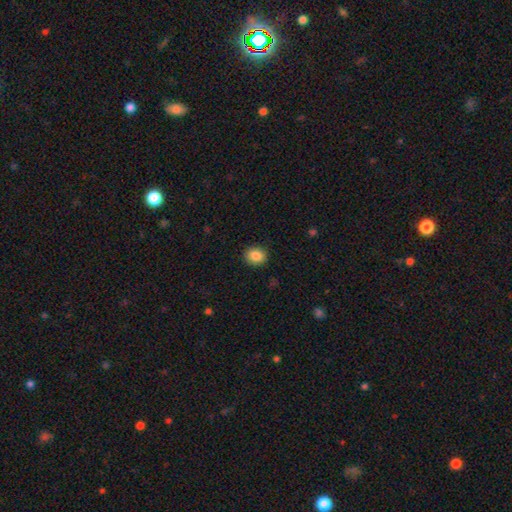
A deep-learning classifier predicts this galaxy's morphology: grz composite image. It shows a smooth galaxy with no disk features (87%) that is round (65%). Merging: none (90%).